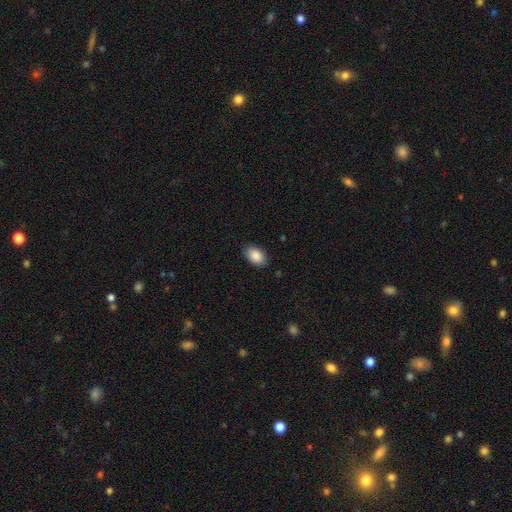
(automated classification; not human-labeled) This appears to be a smooth galaxy with no disk features (88%) that is in between round and cigar-shaped (89%). Merging: none (85%).